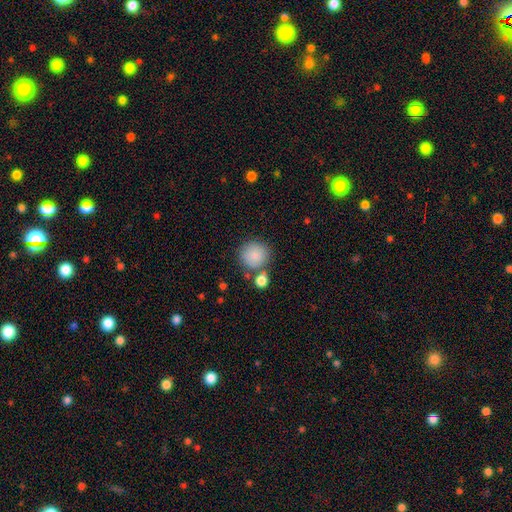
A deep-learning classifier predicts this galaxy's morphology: Q: Smooth or featured?
A: smooth (86%); runner-up: star or artifact (8%)
Q: How rounded?
A: round (90%); runner-up: in between (9%)
Q: Merging?
A: none (71%); runner-up: merger (14%)